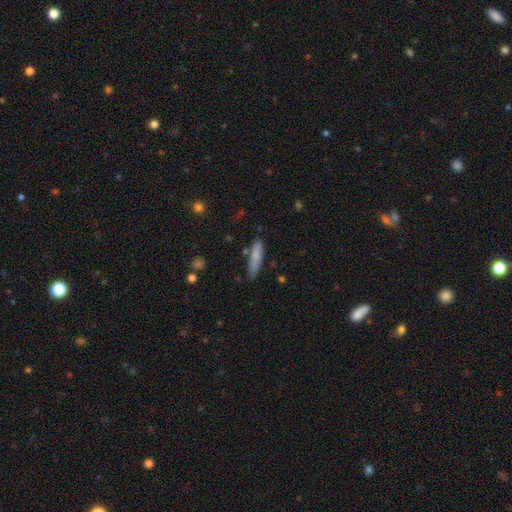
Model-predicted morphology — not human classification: A smooth galaxy with no disk features (77%) that is cigar-shaped (81%).

Vote fractions:
- Smooth or featured? smooth: 77% / featured or disk: 16% / star or artifact: 7%
- How rounded? cigar-shaped: 81% / in between: 18% / round: 2%
- Merging? none: 73% / minor disturbance: 19% / merger: 5% / major disturbance: 3%